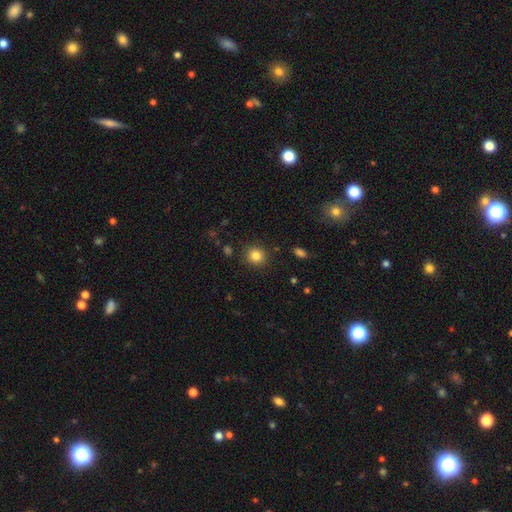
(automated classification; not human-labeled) Q: Smooth or featured?
A: smooth (84%); runner-up: star or artifact (11%)
Q: How rounded?
A: round (86%); runner-up: in between (13%)
Q: Merging?
A: none (89%); runner-up: minor disturbance (7%)